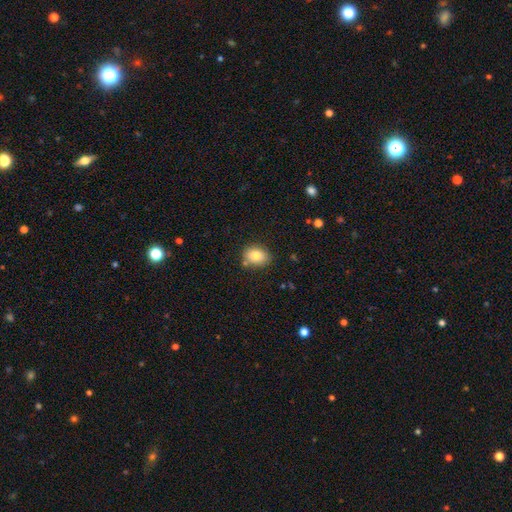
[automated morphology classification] Smooth or featured? smooth (81%)
How rounded? in between (60%)
Merging? none (79%)